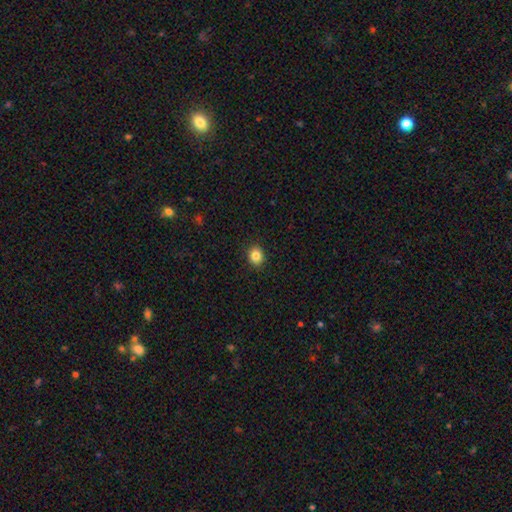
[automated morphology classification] A smooth galaxy with no disk features (84%) that is round (72%).

Vote fractions:
- Smooth or featured? smooth: 84% / star or artifact: 11% / featured or disk: 5%
- How rounded? round: 72% / in between: 27% / cigar-shaped: 1%
- Merging? none: 91% / minor disturbance: 6% / major disturbance: 2% / merger: 1%